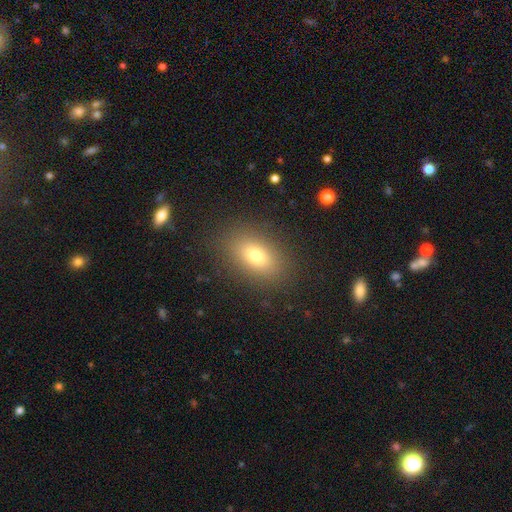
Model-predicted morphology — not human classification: Smooth or featured? Predicted: smooth (p=0.75). How rounded? Predicted: in between (p=0.83). Merging? Predicted: none (p=0.87).